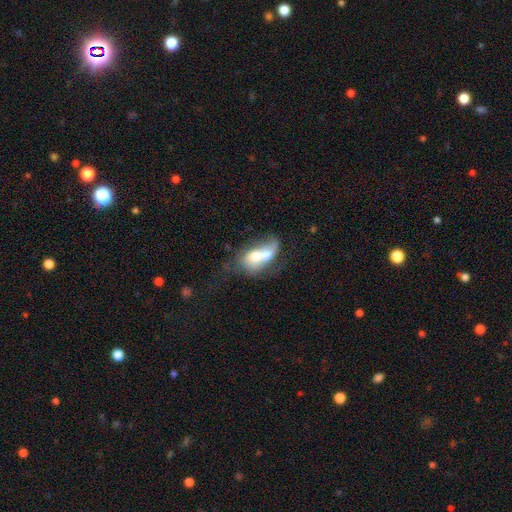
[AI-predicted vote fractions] smooth 55%, featured or disk 38%, star or artifact 8%. Down the decision tree: how rounded — in between (74%); merging — merger (73%).